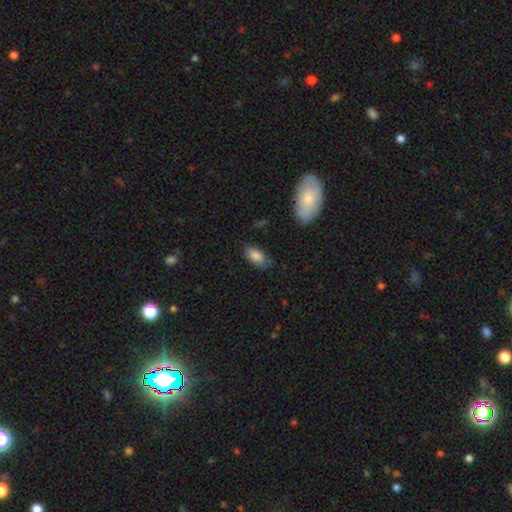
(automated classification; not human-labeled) Smooth or featured? Predicted: smooth (p=0.85). How rounded? Predicted: in between (p=0.92). Merging? Predicted: none (p=0.70).